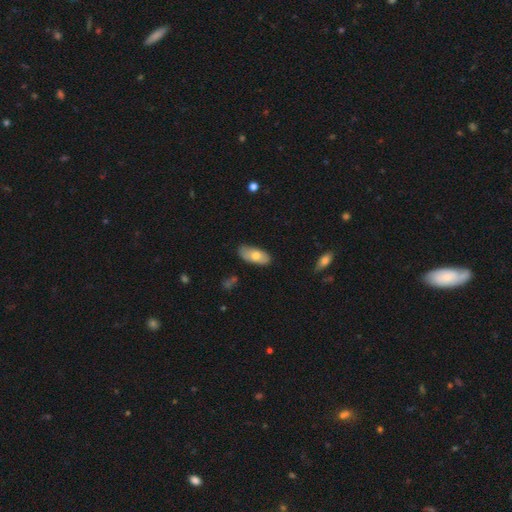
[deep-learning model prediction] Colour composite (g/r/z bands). It shows a smooth galaxy with no disk features (72%) that is in between round and cigar-shaped (88%). Merging: none (76%).